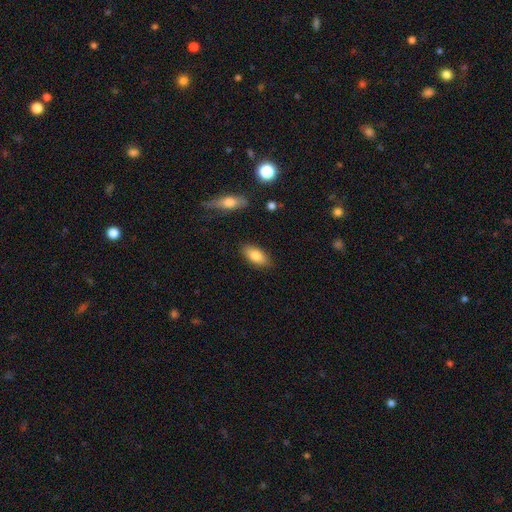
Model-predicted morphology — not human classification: Smooth or featured? smooth (82%)
How rounded? in between (87%)
Merging? none (85%)